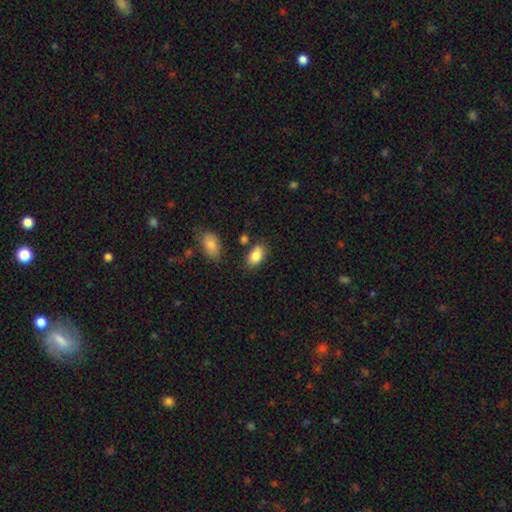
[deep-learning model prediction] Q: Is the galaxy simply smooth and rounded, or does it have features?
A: smooth — 85%.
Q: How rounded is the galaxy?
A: in between — 91%.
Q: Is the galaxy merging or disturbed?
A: none — 75%.